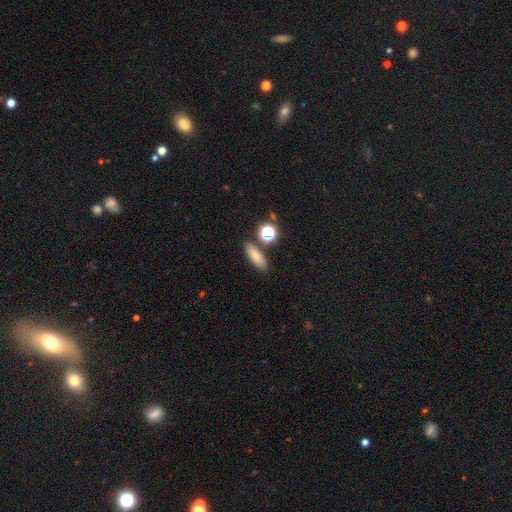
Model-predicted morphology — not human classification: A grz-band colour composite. It shows a smooth galaxy with no disk features (77%) that is in between round and cigar-shaped (55%). Merging: none (77%).